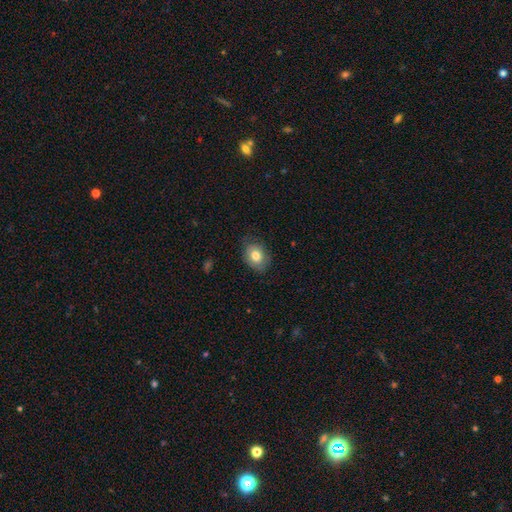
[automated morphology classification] This is likely a smooth galaxy (77%). How rounded: possibly in between (60%). Merging: likely none (76%).